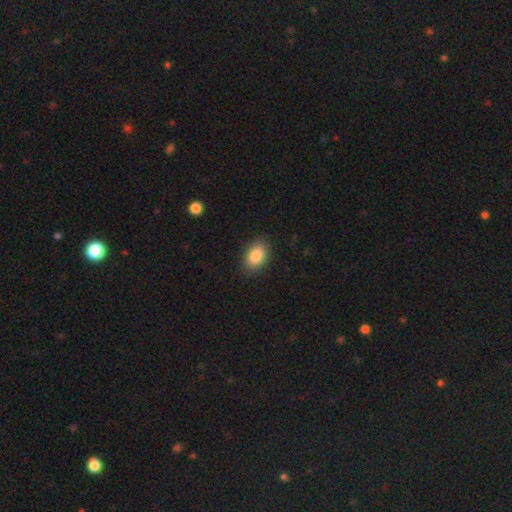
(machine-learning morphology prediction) smooth 87%, star or artifact 8%, featured or disk 5%. Down the decision tree: how rounded — in between (81%); merging — none (87%).